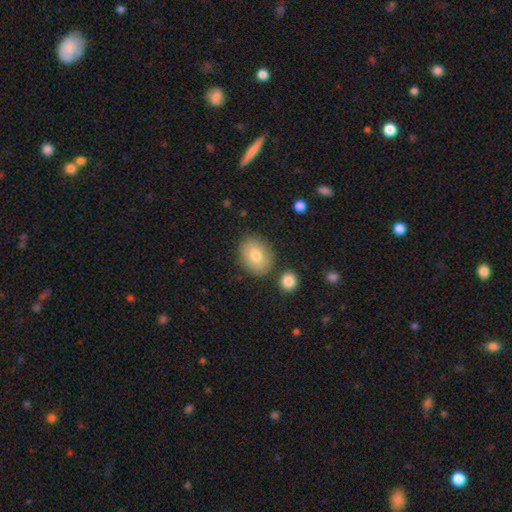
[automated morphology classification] This is likely a smooth galaxy (77%). How rounded: possibly in between (58%). Merging: clearly none (81%).